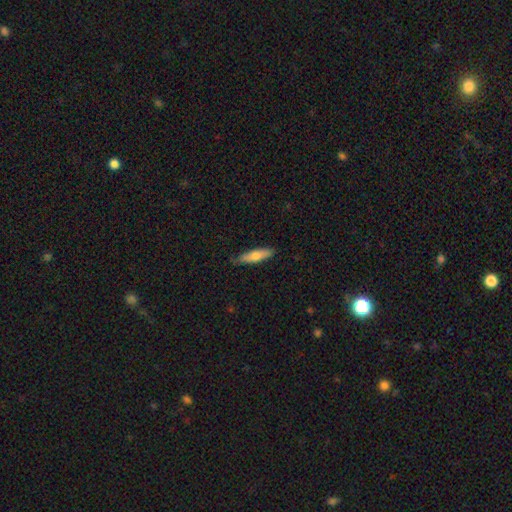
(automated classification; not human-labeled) Overall: smooth (68%). How rounded: cigar-shaped (69%). Merging: none (81%).